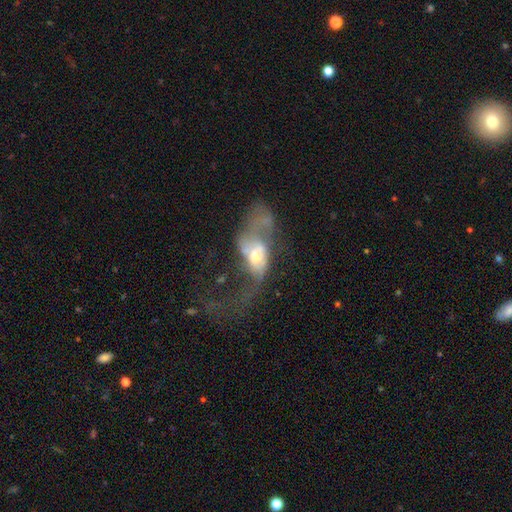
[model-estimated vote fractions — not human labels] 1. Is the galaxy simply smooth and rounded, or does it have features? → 56% featured or disk, 35% smooth, 8% star or artifact.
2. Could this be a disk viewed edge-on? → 92% no, 8% yes.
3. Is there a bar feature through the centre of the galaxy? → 71% no, 22% weak, 7% strong.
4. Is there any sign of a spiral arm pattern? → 55% no, 45% yes.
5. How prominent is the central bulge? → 64% moderate, 22% small, 11% large, 2% none, 2% dominant.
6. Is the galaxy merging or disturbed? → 56% major disturbance, 20% merger, 14% none, 11% minor disturbance.